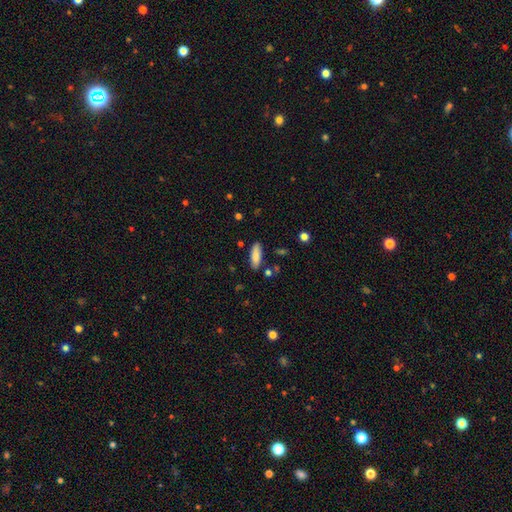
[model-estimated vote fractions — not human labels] This appears to be a smooth galaxy with no disk features (85%) that is in between round and cigar-shaped (65%). Merging: none (83%).